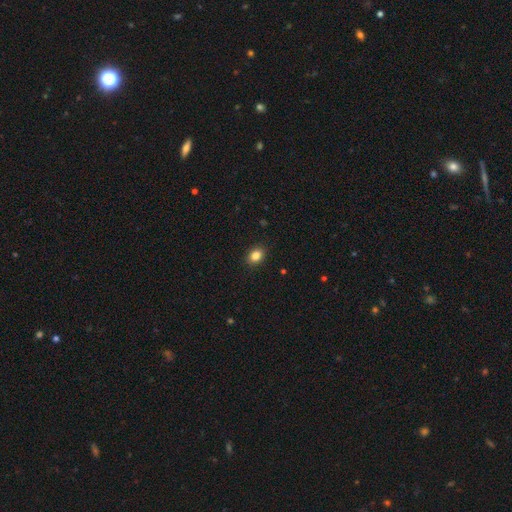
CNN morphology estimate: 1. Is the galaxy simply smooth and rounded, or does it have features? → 85% smooth, 10% star or artifact, 5% featured or disk.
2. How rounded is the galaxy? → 64% in between, 35% round, 1% cigar-shaped.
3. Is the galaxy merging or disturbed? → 90% none, 7% minor disturbance, 2% major disturbance, 1% merger.